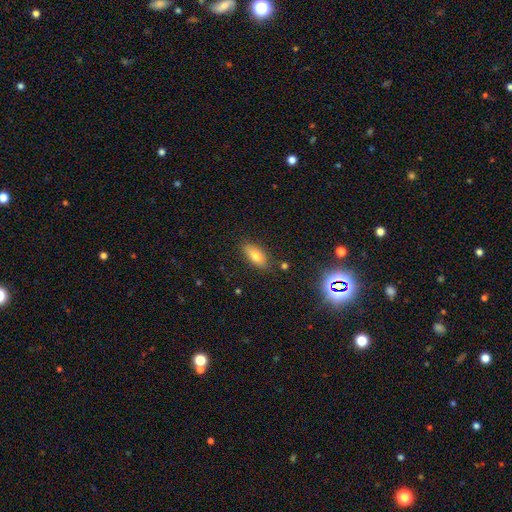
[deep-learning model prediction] This is likely a smooth galaxy (75%). How rounded: clearly in between (84%). Merging: clearly none (81%).